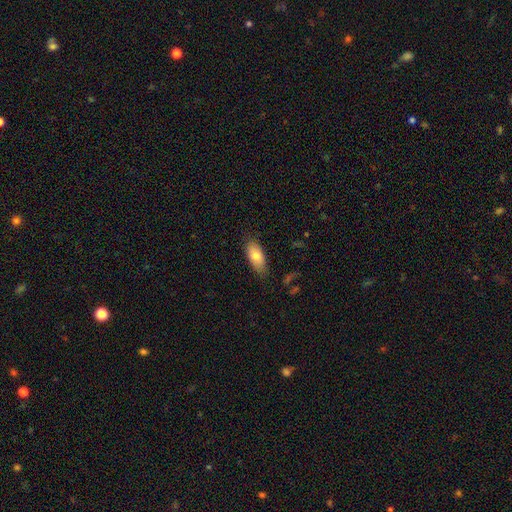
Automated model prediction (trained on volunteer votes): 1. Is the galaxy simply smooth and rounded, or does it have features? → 79% smooth, 14% featured or disk, 7% star or artifact.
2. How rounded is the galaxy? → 88% in between, 9% cigar-shaped, 3% round.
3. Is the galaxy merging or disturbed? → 82% none, 14% minor disturbance, 3% major disturbance, 1% merger.